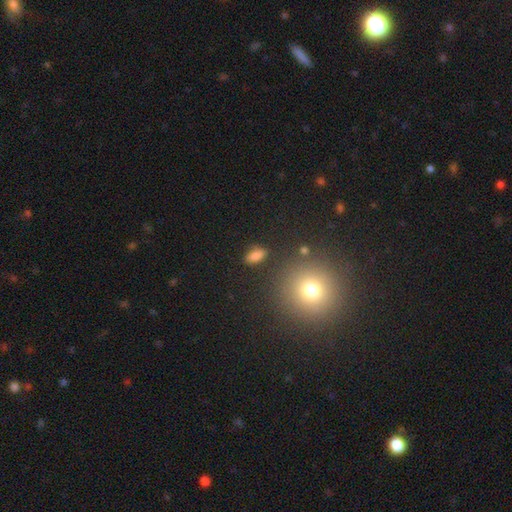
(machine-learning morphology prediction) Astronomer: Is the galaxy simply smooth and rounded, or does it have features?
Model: smooth — 82%.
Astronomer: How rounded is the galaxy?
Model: in between — 84%.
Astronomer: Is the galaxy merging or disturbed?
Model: none — 83%.